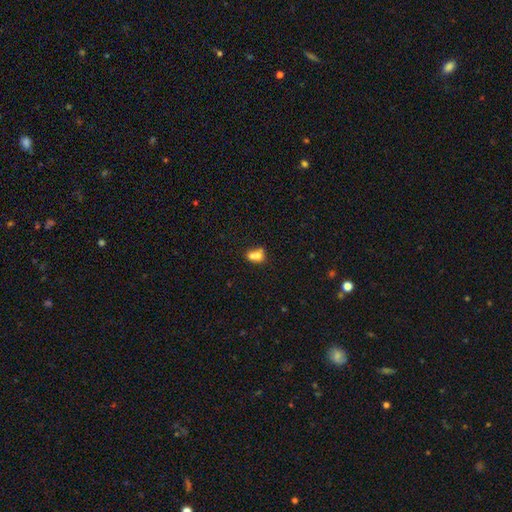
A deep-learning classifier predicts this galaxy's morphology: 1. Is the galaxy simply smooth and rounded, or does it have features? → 68% smooth, 20% featured or disk, 12% star or artifact.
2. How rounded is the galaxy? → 51% round, 47% in between, 2% cigar-shaped.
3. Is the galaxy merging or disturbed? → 65% merger, 23% none, 7% minor disturbance, 4% major disturbance.